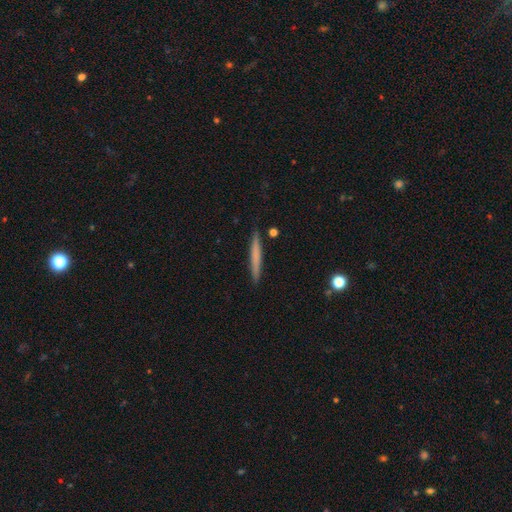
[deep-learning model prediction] This appears to be a smooth galaxy with no disk features (62%) that is cigar-shaped (96%). Merging: none (89%).